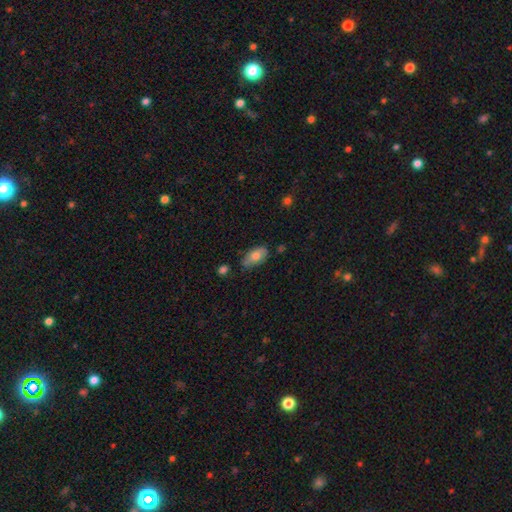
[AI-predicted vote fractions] Overall: smooth (71%). How rounded: in between (92%). Merging: none (62%; minor disturbance 29%).